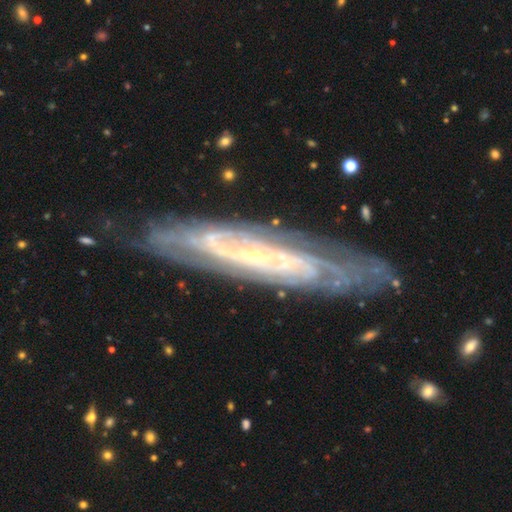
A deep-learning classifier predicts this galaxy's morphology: Smooth or featured: featured or disk — 86% (smooth — 8%)
Edge-on disk: no — 71% (yes — 29%)
Bar: no — 52% (weak — 30%)
Spiral arms: yes — 94% (no — 6%)
Spiral winding: tight — 64% (medium — 28%)
Spiral arm count: can't tell — 43% (2 — 29%)
Bulge size: small — 80% (moderate — 16%)
Merging: none — 80% (minor disturbance — 14%)